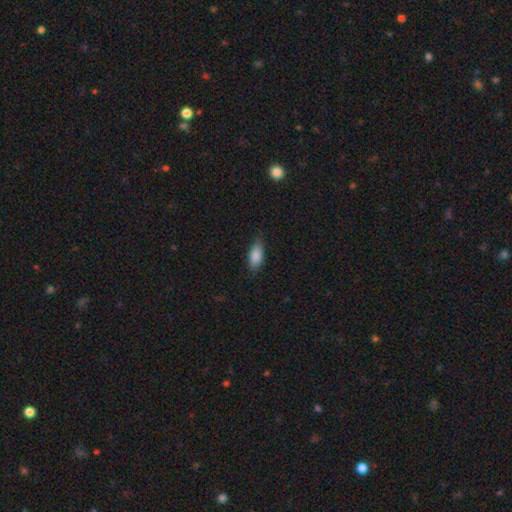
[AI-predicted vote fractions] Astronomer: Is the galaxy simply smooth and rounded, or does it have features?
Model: smooth — 85%.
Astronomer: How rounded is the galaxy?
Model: in between — 81%.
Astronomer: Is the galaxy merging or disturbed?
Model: none — 77%.